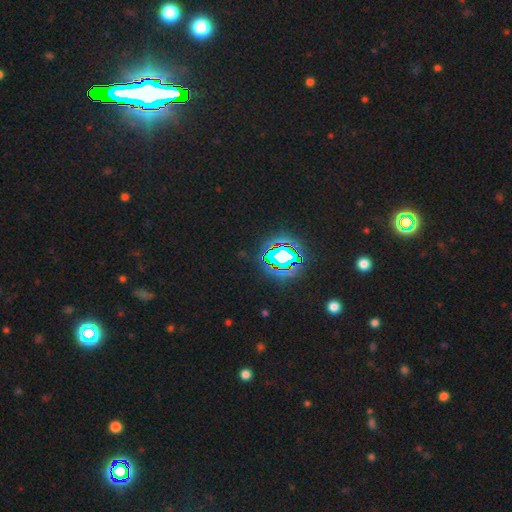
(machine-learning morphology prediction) type=star or artifact (84%).